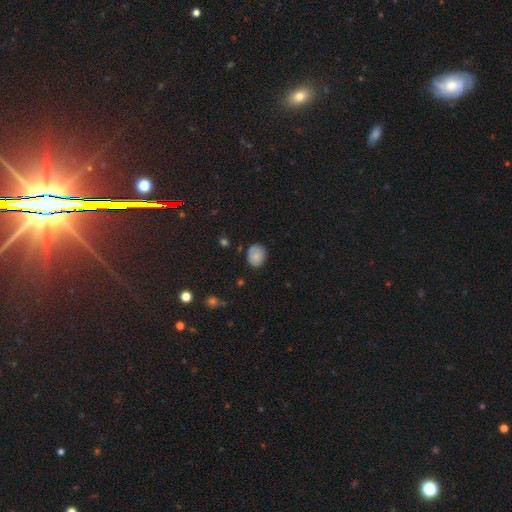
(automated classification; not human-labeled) Smooth or featured?
  - smooth: 80% *
  - featured or disk: 10%
  - star or artifact: 10%
How rounded?
  - round: 53% *
  - in between: 46%
  - cigar-shaped: 1%
Merging?
  - none: 73% *
  - minor disturbance: 20%
  - major disturbance: 4%
  - merger: 3%